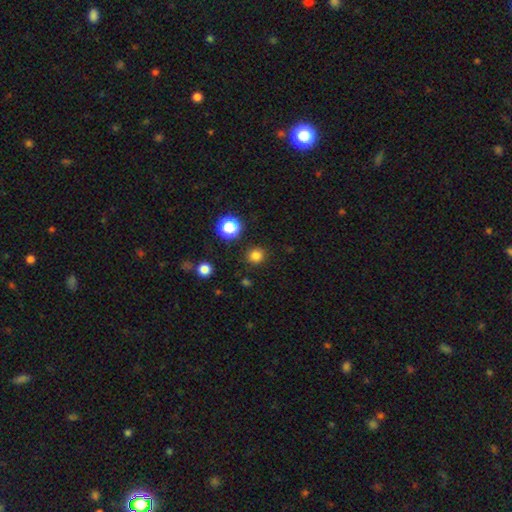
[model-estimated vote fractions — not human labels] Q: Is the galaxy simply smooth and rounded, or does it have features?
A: smooth — 80%.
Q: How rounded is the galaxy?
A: round — 91%.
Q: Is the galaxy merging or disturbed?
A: none — 89%.